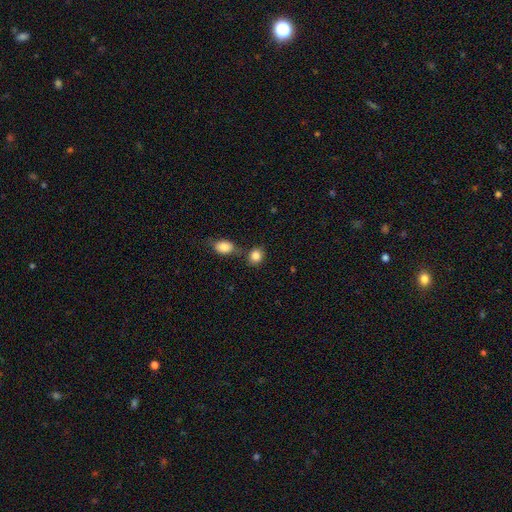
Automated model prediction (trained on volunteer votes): Q: Smooth or featured?
A: smooth (85%); runner-up: star or artifact (9%)
Q: How rounded?
A: round (59%); runner-up: in between (40%)
Q: Merging?
A: none (64%); runner-up: merger (21%)